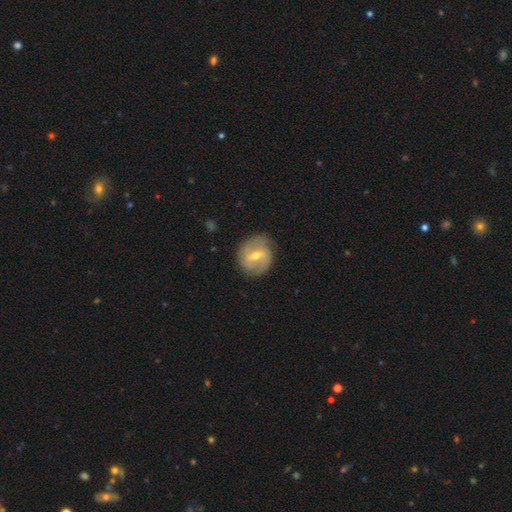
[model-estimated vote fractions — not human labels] Smooth or featured: featured or disk — 68% (smooth — 25%)
Edge-on disk: no — 96% (yes — 4%)
Bar: weak — 51% (strong — 33%)
Spiral arms: yes — 79% (no — 21%)
Spiral winding: medium — 41% (tight — 38%)
Spiral arm count: 2 — 70% (can't tell — 19%)
Bulge size: moderate — 58% (small — 38%)
Merging: none — 77% (minor disturbance — 17%)